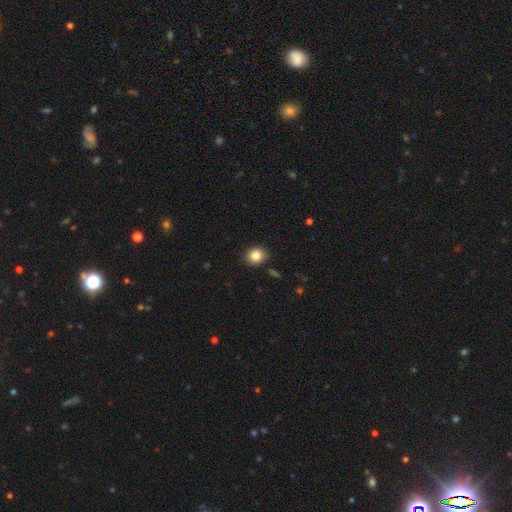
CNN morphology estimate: smooth 85%, star or artifact 10%, featured or disk 6%. Down the decision tree: how rounded — round (73%); merging — none (89%).